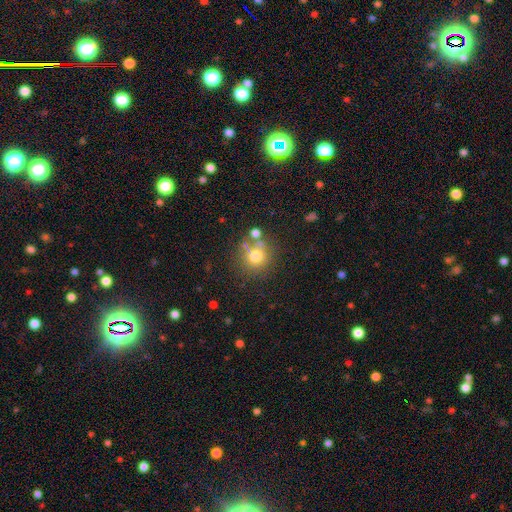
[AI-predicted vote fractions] This is likely a smooth galaxy (72%). How rounded: clearly round (90%). Merging: likely none (68%).